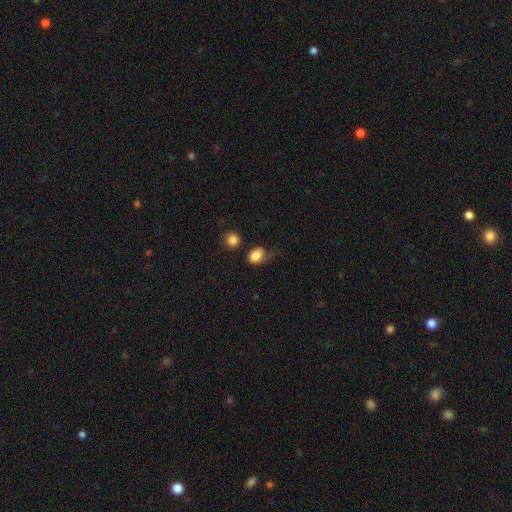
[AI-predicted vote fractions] Morphology: type=smooth (81%); roundness=in between (60%); merging=none (35%).